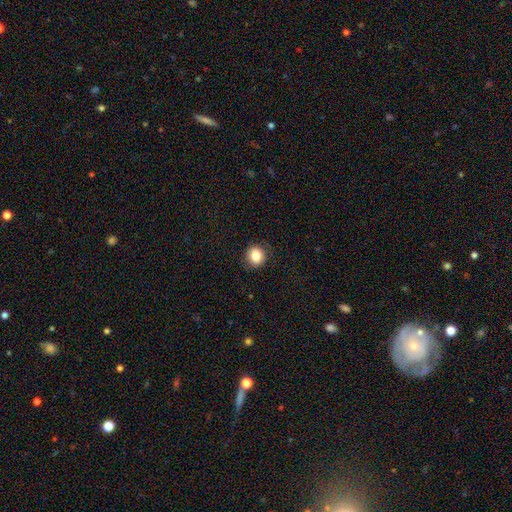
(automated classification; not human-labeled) Smooth or featured? smooth (83%)
How rounded? round (85%)
Merging? none (87%)